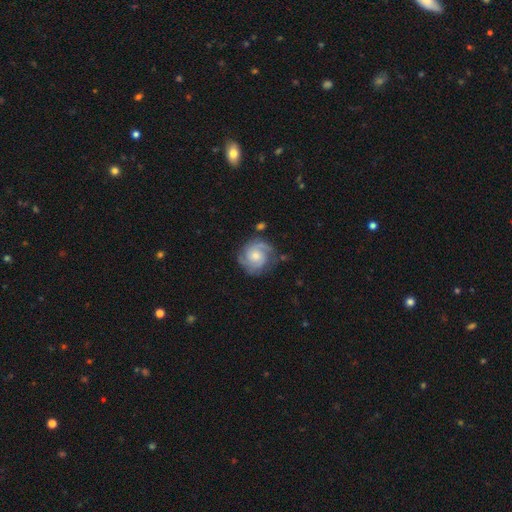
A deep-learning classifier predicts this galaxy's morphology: Smooth or featured? Predicted: featured or disk (p=0.80). Edge-on disk? Predicted: no (p=0.98). Bar? Predicted: no (p=0.71). Spiral arms? Predicted: yes (p=0.96). Spiral winding? Predicted: tight (p=0.50). Spiral arm count? Predicted: 2 (p=0.51). Bulge size? Predicted: moderate (p=0.50). Merging? Predicted: none (p=0.73).